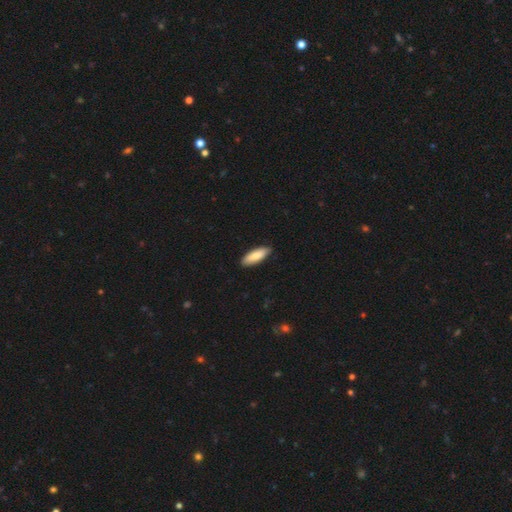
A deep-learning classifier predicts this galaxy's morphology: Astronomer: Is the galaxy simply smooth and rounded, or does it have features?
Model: smooth — 85%.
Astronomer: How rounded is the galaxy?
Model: in between — 60% (runner-up: cigar-shaped, 38%).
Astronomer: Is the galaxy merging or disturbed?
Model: none — 87%.